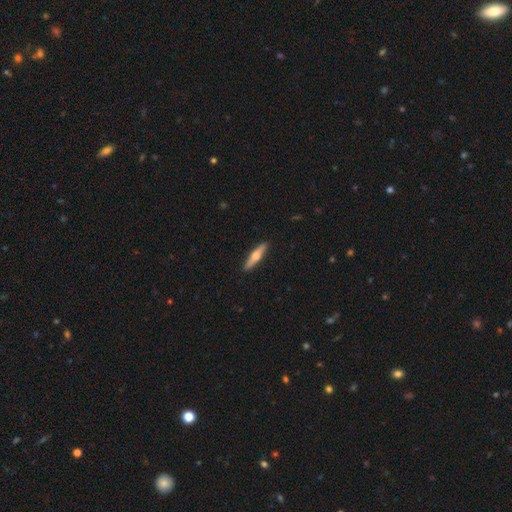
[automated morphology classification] The model was most divided on "smooth or featured": featured or disk: 48%, smooth: 46%, star or artifact: 6%. More confident: merging — none (91%).